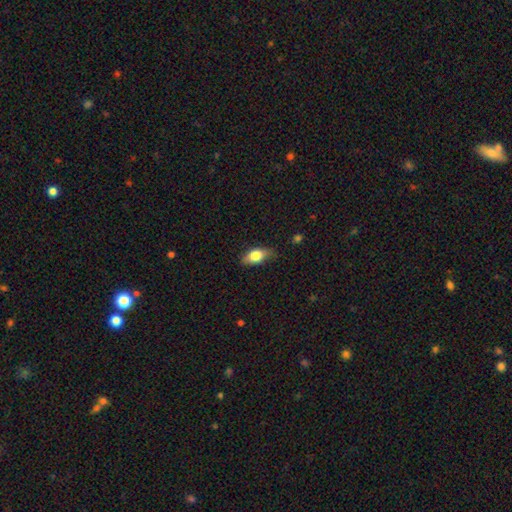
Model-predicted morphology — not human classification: Overall: smooth (74%). How rounded: in between (84%). Merging: none (73%).